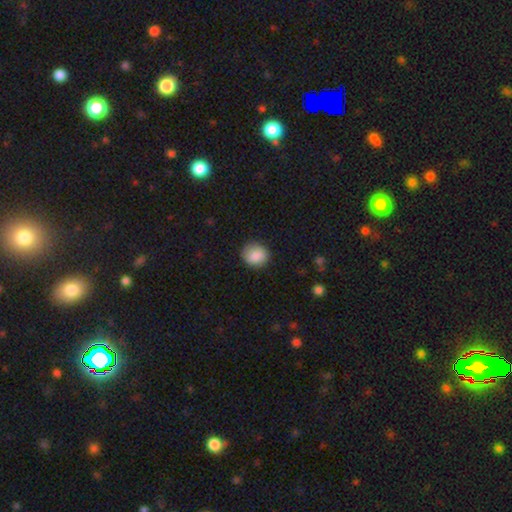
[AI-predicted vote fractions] smooth_or_featured: smooth (p=0.88) [alt: star or artifact p=0.08]
how_rounded: round (p=0.79) [alt: in between p=0.20]
merging: none (p=0.85) [alt: minor disturbance p=0.11]